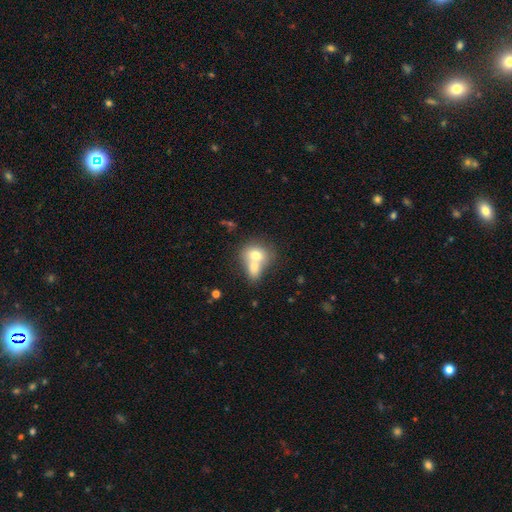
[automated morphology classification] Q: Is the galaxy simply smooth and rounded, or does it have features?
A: smooth — 70%.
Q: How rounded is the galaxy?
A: in between — 51%.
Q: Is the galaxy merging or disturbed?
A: merger — 69%.